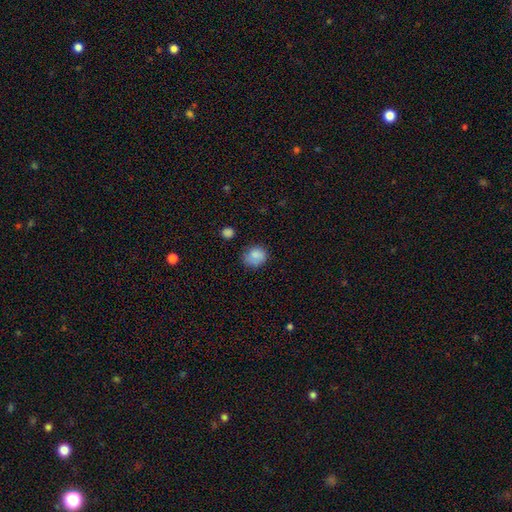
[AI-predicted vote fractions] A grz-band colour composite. It shows a smooth galaxy with no disk features (83%) that is round (67%). Merging: none (68%).